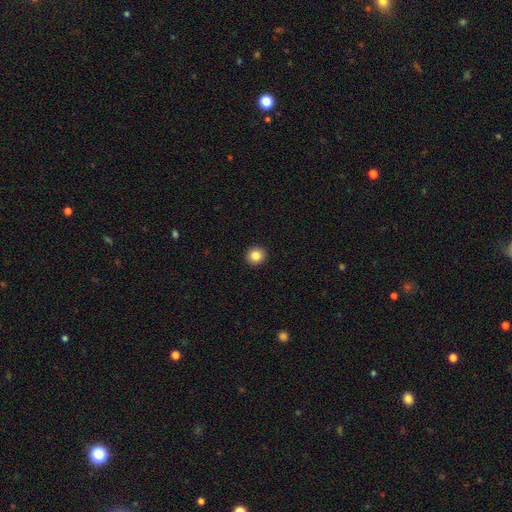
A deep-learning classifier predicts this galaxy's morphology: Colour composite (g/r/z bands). It shows a smooth galaxy with no disk features (84%) that is round (93%). Merging: none (94%).